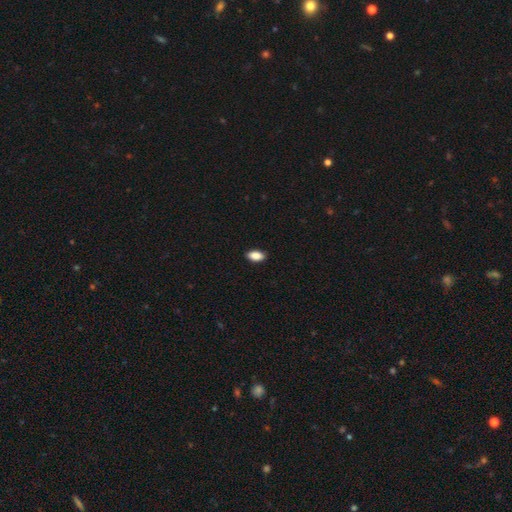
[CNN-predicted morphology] A smooth galaxy with no disk features (87%) that is in between round and cigar-shaped (91%). Merging: none (89%).